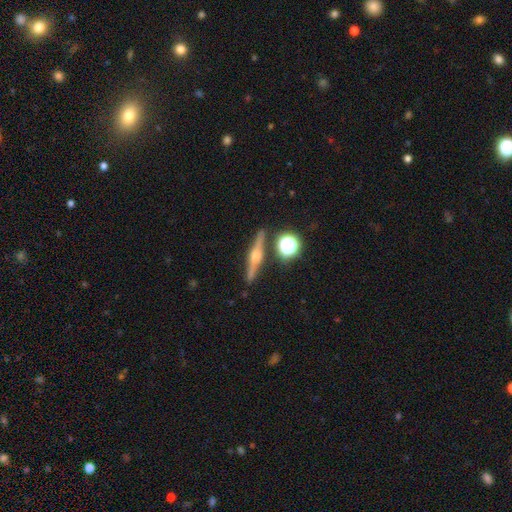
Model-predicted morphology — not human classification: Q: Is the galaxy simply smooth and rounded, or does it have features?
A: featured or disk — 78%.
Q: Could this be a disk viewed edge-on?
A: yes — 97%.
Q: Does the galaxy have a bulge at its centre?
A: rounded — 92%.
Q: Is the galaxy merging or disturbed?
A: none — 88%.